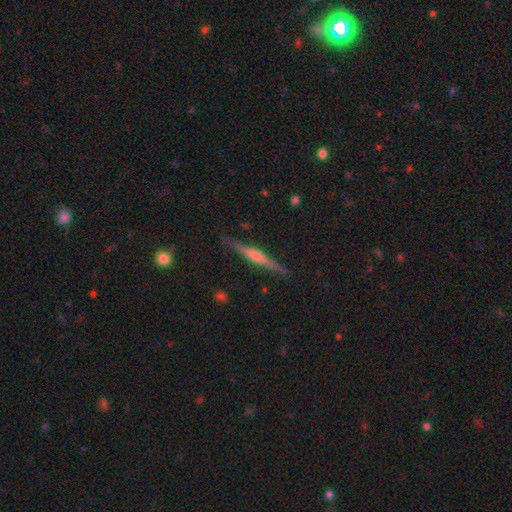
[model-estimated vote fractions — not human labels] smooth_or_featured: featured or disk (p=0.75) [alt: smooth p=0.18]
disk_edge_on: yes (p=0.98) [alt: no p=0.02]
edge_on_bulge: rounded (p=0.69) [alt: boxy p=0.17]
merging: none (p=0.90) [alt: minor disturbance p=0.07]